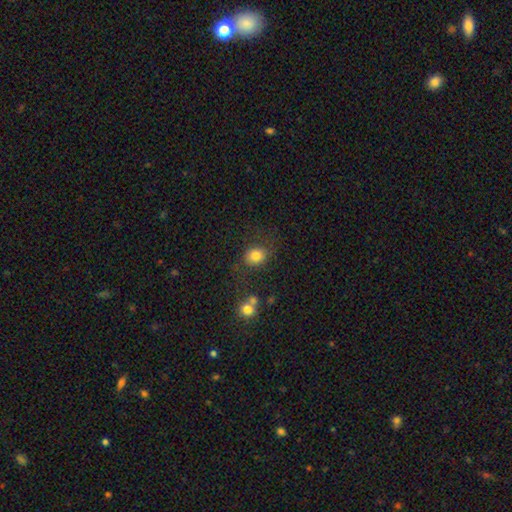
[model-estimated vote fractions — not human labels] A smooth galaxy with no disk features (81%) that is round (67%).

Vote fractions:
- Smooth or featured? smooth: 81% / star or artifact: 11% / featured or disk: 8%
- How rounded? round: 67% / in between: 32% / cigar-shaped: 1%
- Merging? none: 69% / minor disturbance: 17% / major disturbance: 9% / merger: 5%